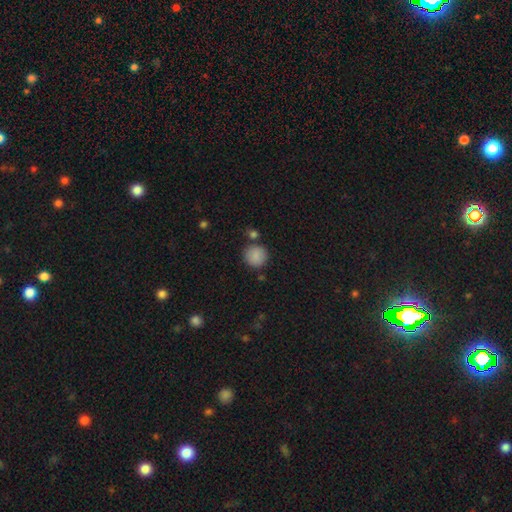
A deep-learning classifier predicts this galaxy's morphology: The model was most divided on "merging": none: 81%, minor disturbance: 9%, merger: 7%, major disturbance: 3%. More confident: how rounded — round (93%); smooth or featured — smooth (87%).